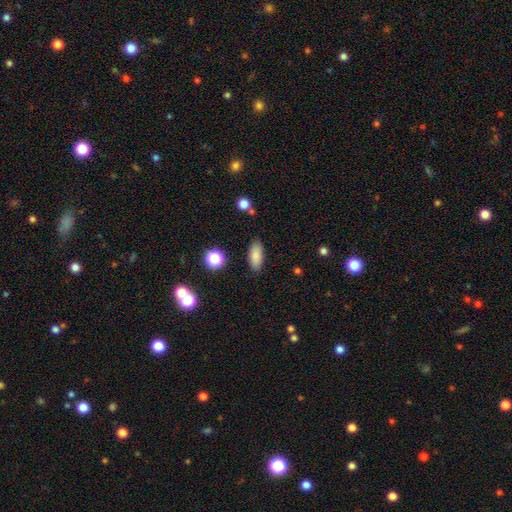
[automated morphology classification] type=smooth (85%); roundness=in between (84%); merging=none (86%).